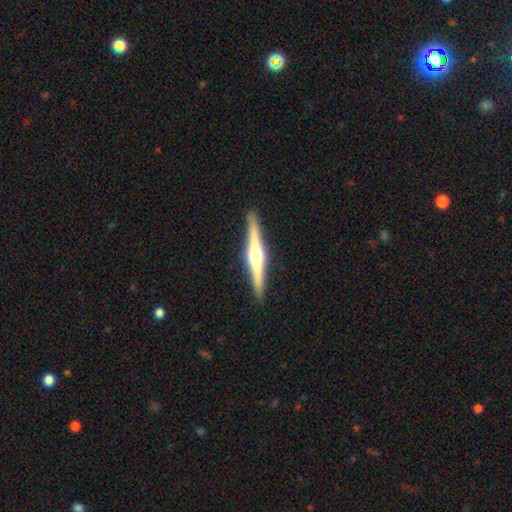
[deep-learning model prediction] A featured or disk galaxy (76%) viewed edge-on (98%) with a rounded central bulge (92%). Merging: none (91%).